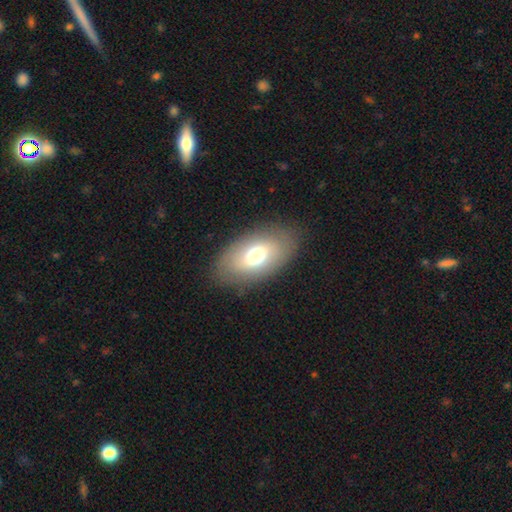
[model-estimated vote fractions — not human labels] Smooth or featured?
  - smooth: 67% *
  - featured or disk: 24%
  - star or artifact: 9%
How rounded?
  - in between: 90% *
  - round: 8%
  - cigar-shaped: 2%
Merging?
  - none: 83% *
  - minor disturbance: 11%
  - major disturbance: 5%
  - merger: 1%